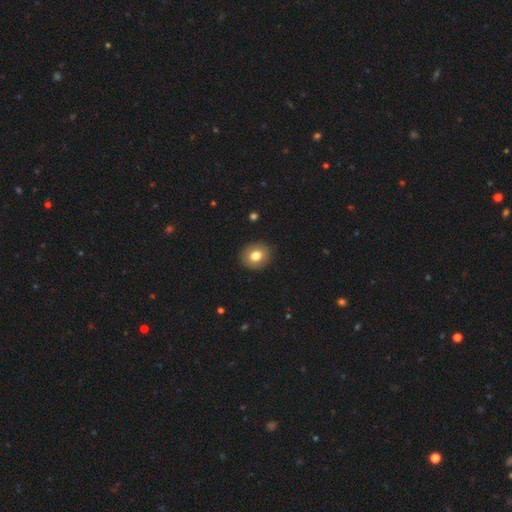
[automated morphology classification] smooth 79%, featured or disk 12%, star or artifact 9%. Down the decision tree: how rounded — round (74%); merging — none (90%).